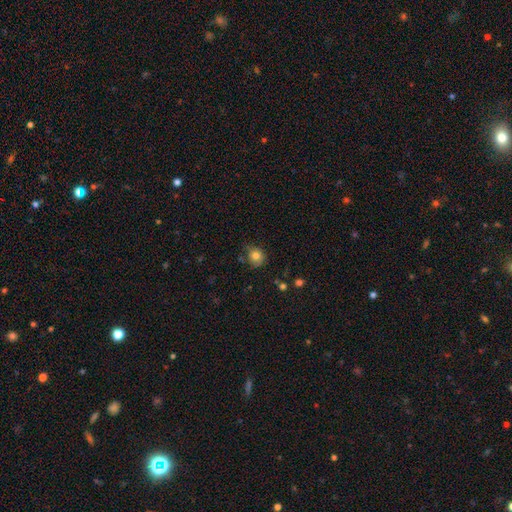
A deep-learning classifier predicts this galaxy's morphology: This is likely a smooth galaxy (79%). How rounded: likely round (77%). Merging: likely none (65%).